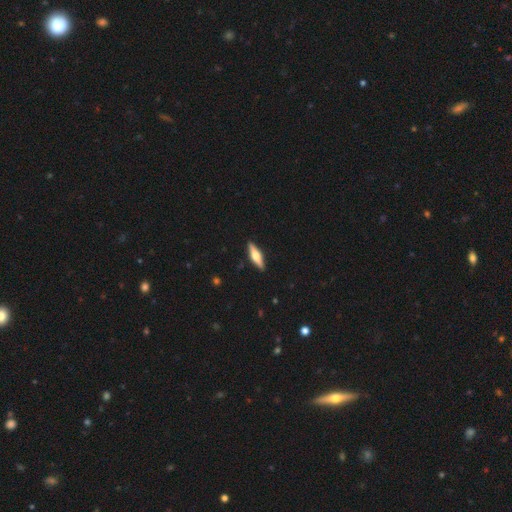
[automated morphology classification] Smooth or featured: featured or disk — 52% (smooth — 43%)
Edge-on disk: yes — 95% (no — 5%)
Merging: none — 90% (minor disturbance — 7%)